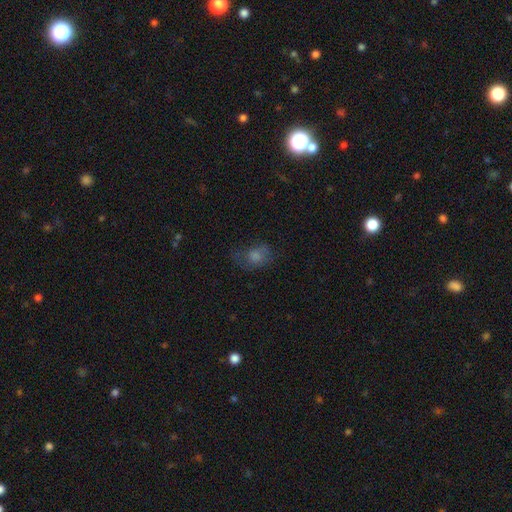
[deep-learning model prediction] A smooth galaxy with no disk features (54%) that is in between round and cigar-shaped (52%). Merging: none (58%).